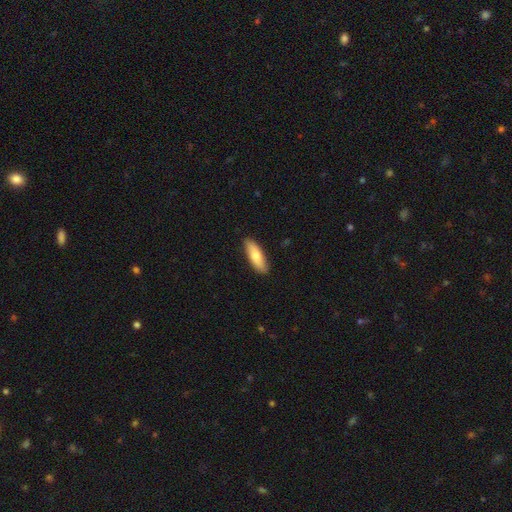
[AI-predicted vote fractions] Morphology: type=smooth (78%); roundness=in between (54%); merging=none (88%).